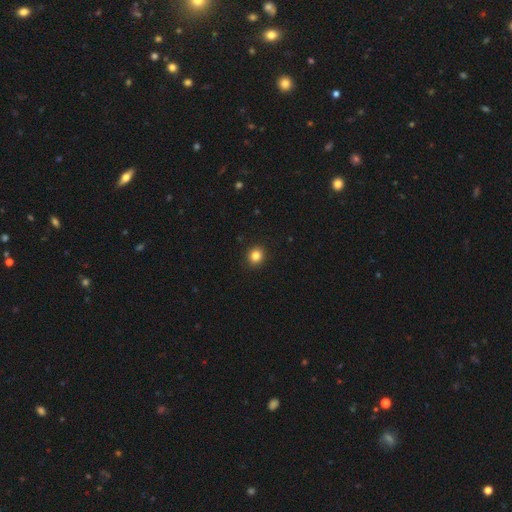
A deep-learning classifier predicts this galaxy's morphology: Smooth or featured? smooth (84%)
How rounded? round (84%)
Merging? none (92%)